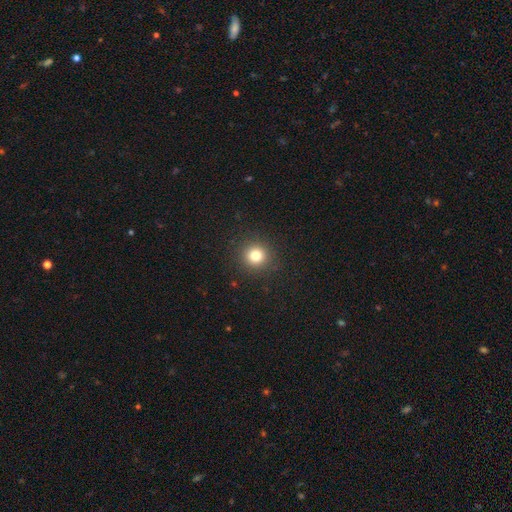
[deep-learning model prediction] A smooth galaxy with no disk features (80%) that is round (94%).

Vote fractions:
- Smooth or featured? smooth: 80% / star or artifact: 13% / featured or disk: 6%
- How rounded? round: 94% / in between: 5% / cigar-shaped: 1%
- Merging? none: 91% / minor disturbance: 5% / major disturbance: 2% / merger: 1%